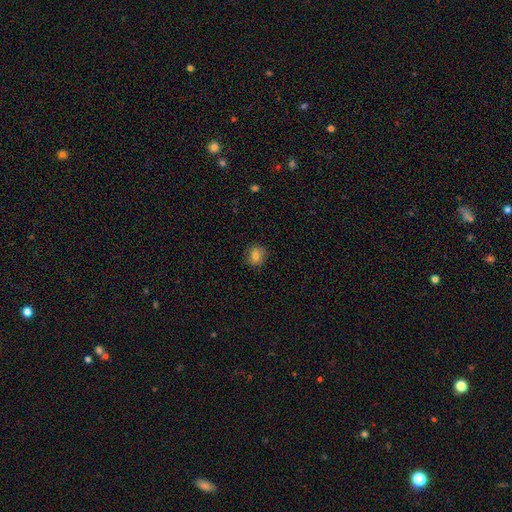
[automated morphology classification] A smooth galaxy with no disk features (78%) that is round (75%).

Vote fractions:
- Smooth or featured? smooth: 78% / featured or disk: 11% / star or artifact: 11%
- How rounded? round: 75% / in between: 24% / cigar-shaped: 1%
- Merging? none: 85% / minor disturbance: 11% / major disturbance: 3% / merger: 1%